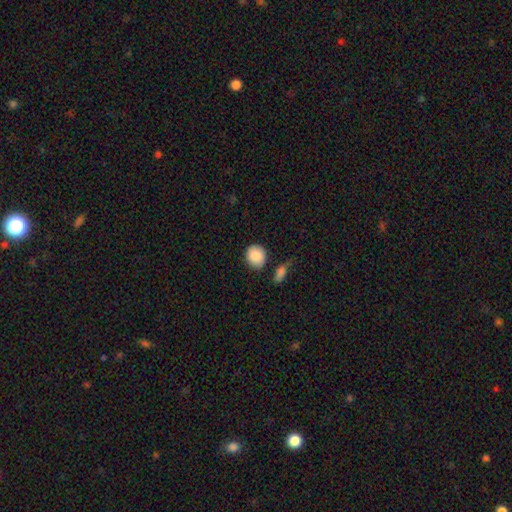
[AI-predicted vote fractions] This is clearly a smooth galaxy (89%). How rounded: clearly round (80%). Merging: likely none (77%).